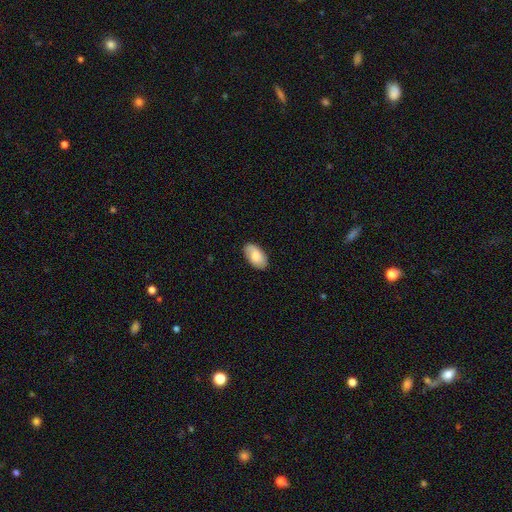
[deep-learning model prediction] Morphology: type=smooth (76%); roundness=in between (95%); merging=none (83%).